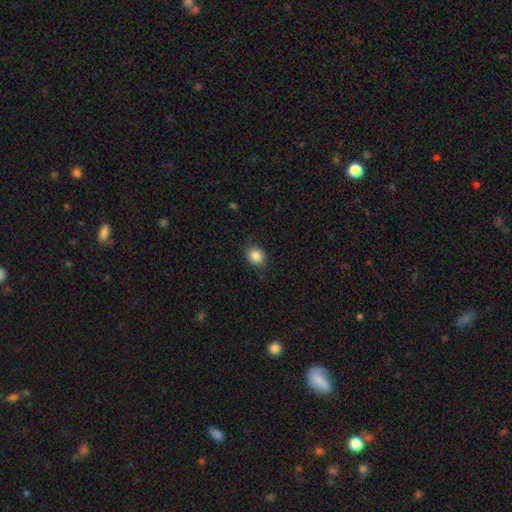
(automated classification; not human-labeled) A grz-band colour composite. It shows a smooth galaxy with no disk features (87%) that is round (76%). Merging: none (85%).